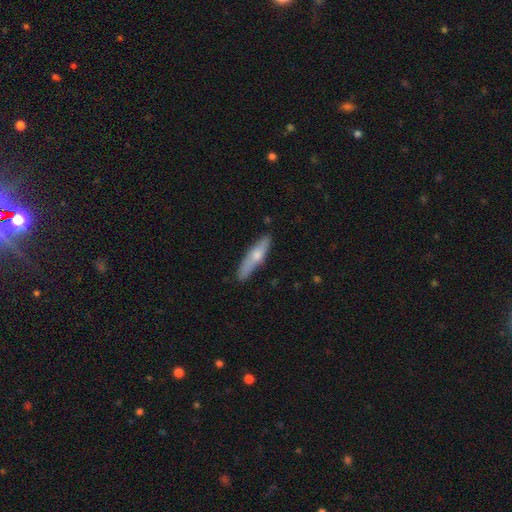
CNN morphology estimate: Overall: smooth (54%; featured or disk 40%). How rounded: cigar-shaped (80%). Merging: none (83%).